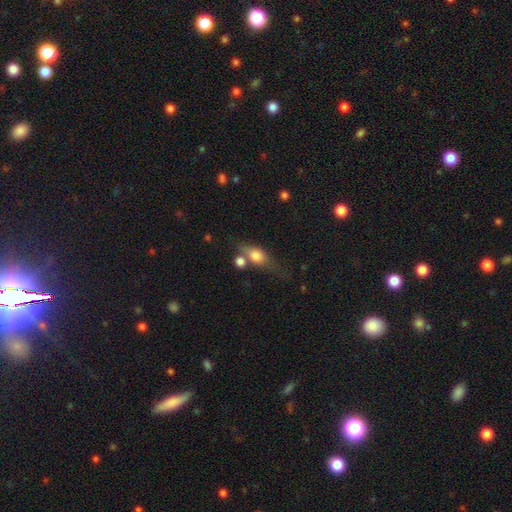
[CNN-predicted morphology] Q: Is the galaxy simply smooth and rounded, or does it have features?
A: smooth — 68%.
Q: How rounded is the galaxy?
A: in between — 65%.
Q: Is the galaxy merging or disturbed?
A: none — 43%.